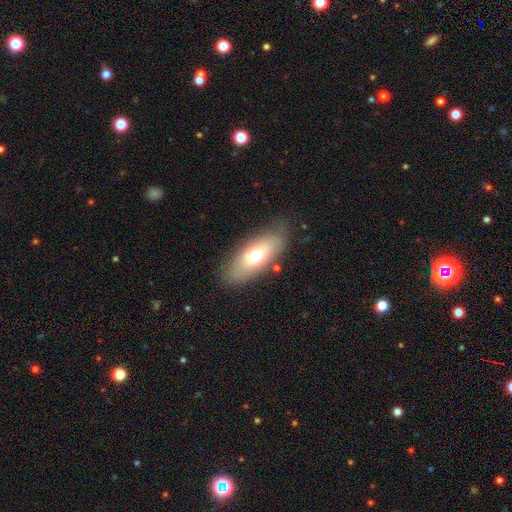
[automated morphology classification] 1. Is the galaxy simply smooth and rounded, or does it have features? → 63% smooth, 28% featured or disk, 9% star or artifact.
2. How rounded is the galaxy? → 80% in between, 16% cigar-shaped, 4% round.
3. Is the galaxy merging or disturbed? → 79% none, 14% minor disturbance, 5% major disturbance, 2% merger.